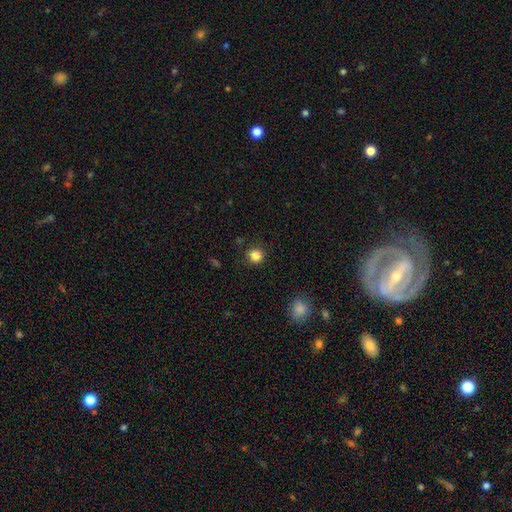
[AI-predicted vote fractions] Q: Smooth or featured?
A: smooth (84%); runner-up: star or artifact (12%)
Q: How rounded?
A: round (91%); runner-up: in between (8%)
Q: Merging?
A: none (88%); runner-up: minor disturbance (8%)